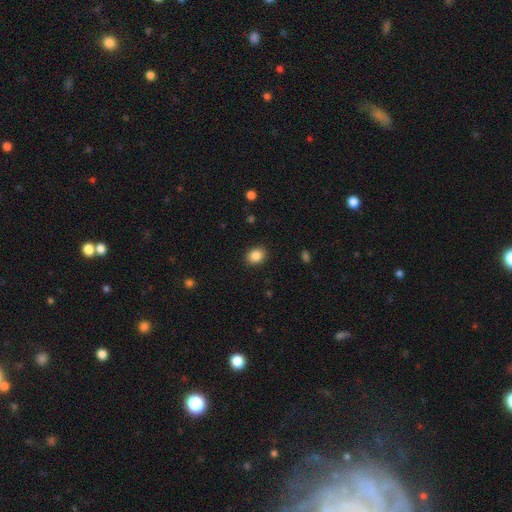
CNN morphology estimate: This appears to be a smooth galaxy with no disk features (86%) that is round (50%). Merging: none (89%).